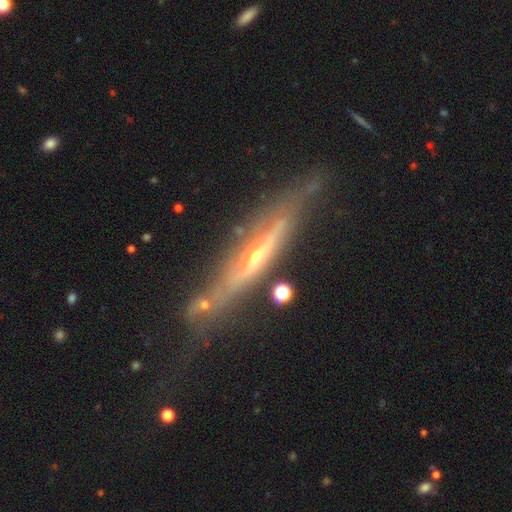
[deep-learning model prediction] This appears to be a featured or disk galaxy (80%) viewed edge-on (86%) with a rounded central bulge (70%). Merging: none (62%).